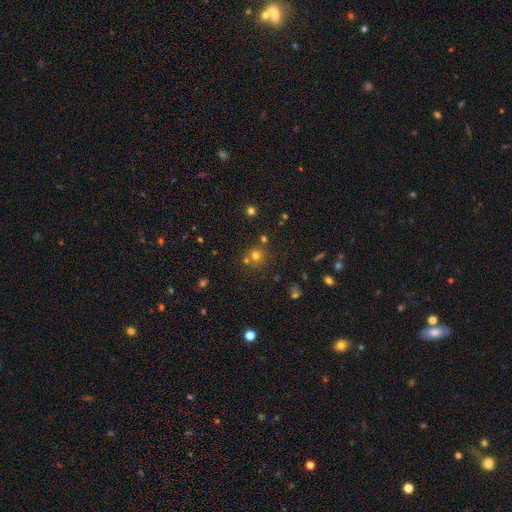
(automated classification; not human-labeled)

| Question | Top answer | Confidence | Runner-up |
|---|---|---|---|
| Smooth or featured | smooth | 66% | star or artifact (24%) |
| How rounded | round | 91% | in between (8%) |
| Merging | none | 73% | merger (16%) |